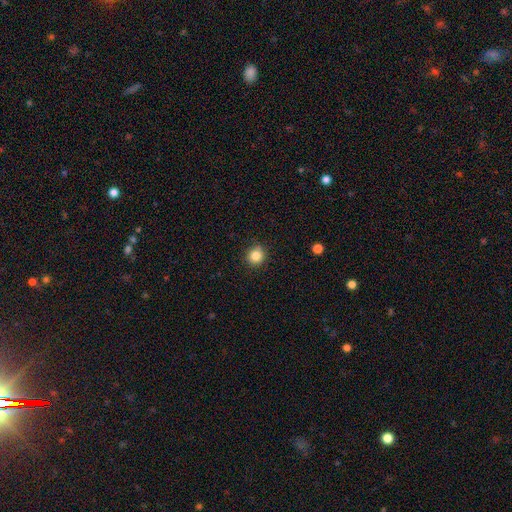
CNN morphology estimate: A smooth galaxy with no disk features (85%) that is round (90%). Merging: none (89%).